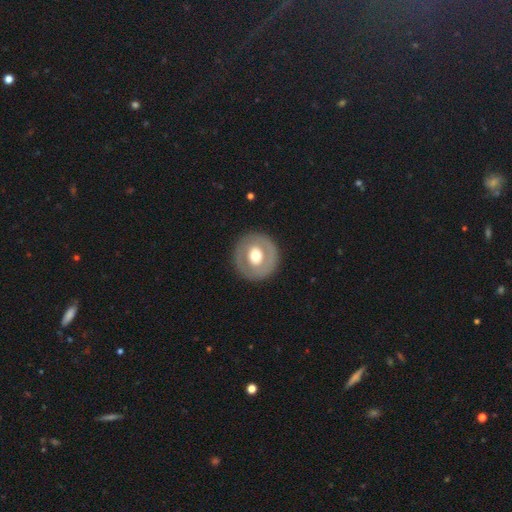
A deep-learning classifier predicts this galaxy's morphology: type=featured or disk (49%); merging=none (86%).